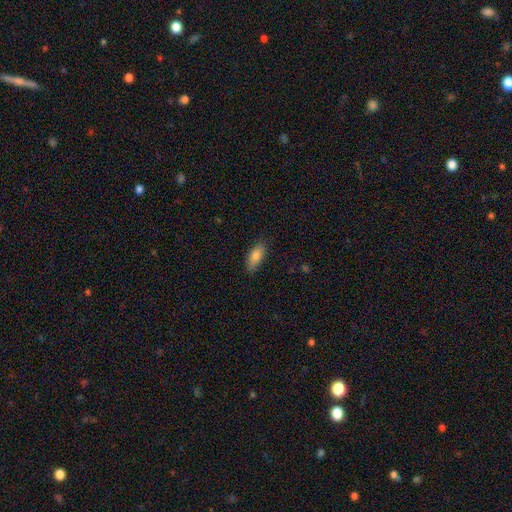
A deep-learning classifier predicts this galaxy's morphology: Smooth or featured? Predicted: smooth (p=0.82). How rounded? Predicted: in between (p=0.79). Merging? Predicted: none (p=0.86).